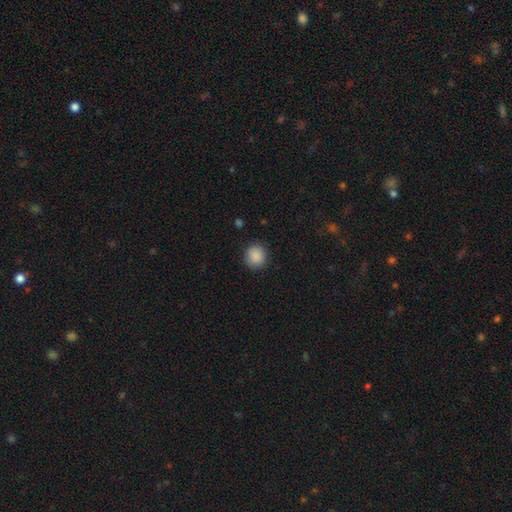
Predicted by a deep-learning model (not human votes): Smooth or featured?
  - smooth: 89% *
  - star or artifact: 8%
  - featured or disk: 3%
How rounded?
  - round: 89% *
  - in between: 10%
  - cigar-shaped: 1%
Merging?
  - none: 89% *
  - minor disturbance: 8%
  - major disturbance: 2%
  - merger: 1%